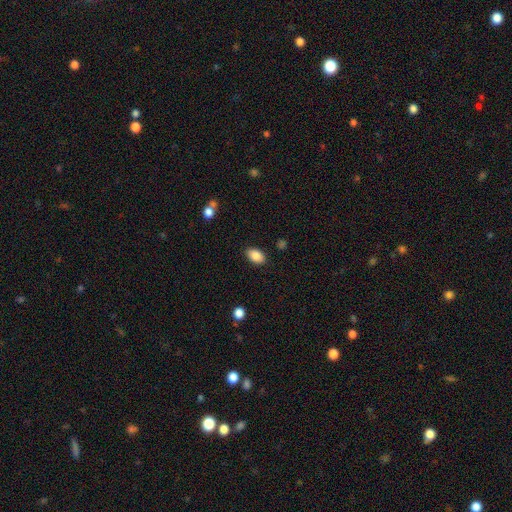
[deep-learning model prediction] smooth 87%, star or artifact 8%, featured or disk 5%. Down the decision tree: how rounded — in between (89%); merging — none (87%).